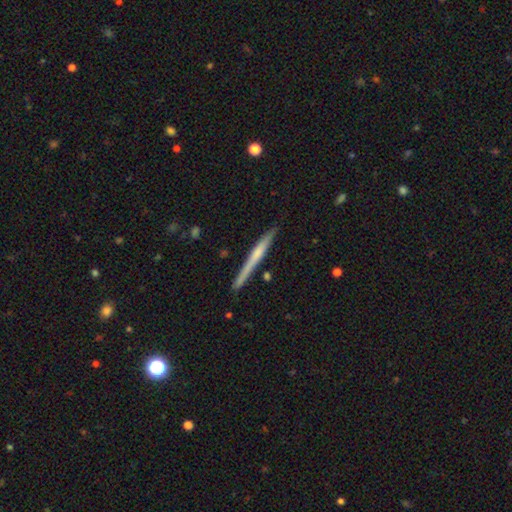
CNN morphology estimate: The model was most divided on "smooth or featured": featured or disk: 53%, smooth: 42%, star or artifact: 6%. More confident: edge-on disk — yes (98%); merging — none (86%); edge-on bulge — none (59%).